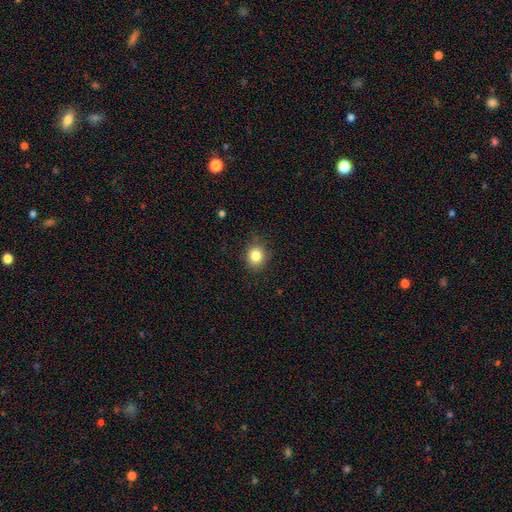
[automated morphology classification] Smooth or featured? Predicted: smooth (p=0.83). How rounded? Predicted: round (p=0.75). Merging? Predicted: none (p=0.85).